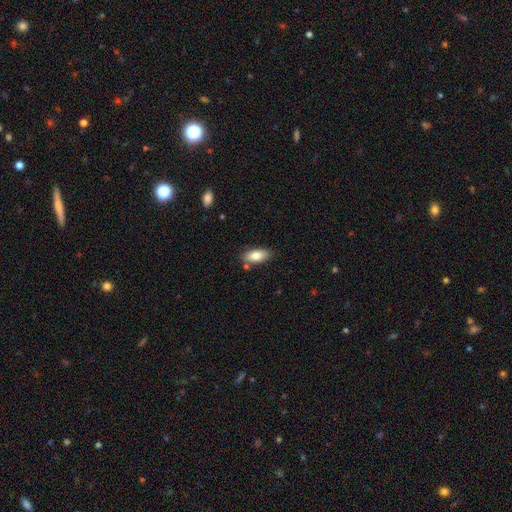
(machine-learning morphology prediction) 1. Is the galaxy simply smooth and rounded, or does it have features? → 80% smooth, 14% featured or disk, 7% star or artifact.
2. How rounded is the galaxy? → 86% in between, 12% cigar-shaped, 3% round.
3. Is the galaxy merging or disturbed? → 79% none, 14% minor disturbance, 5% merger, 3% major disturbance.